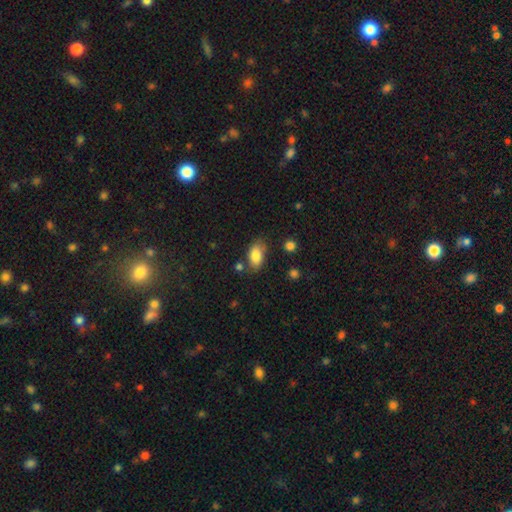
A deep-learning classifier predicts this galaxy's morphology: type=smooth (84%); roundness=in between (91%); merging=none (70%).